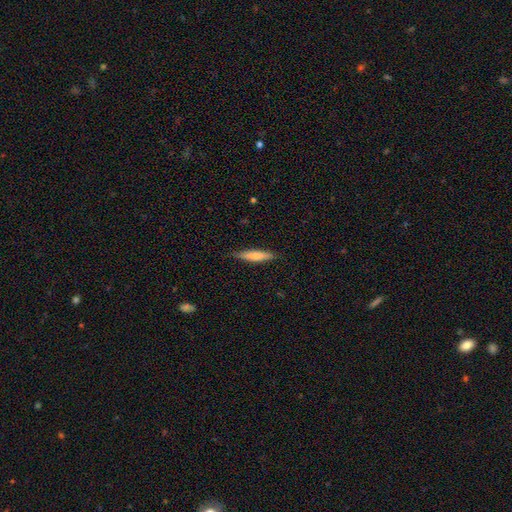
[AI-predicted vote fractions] Smooth or featured? Predicted: smooth (p=0.60). How rounded? Predicted: cigar-shaped (p=0.84). Merging? Predicted: none (p=0.85).